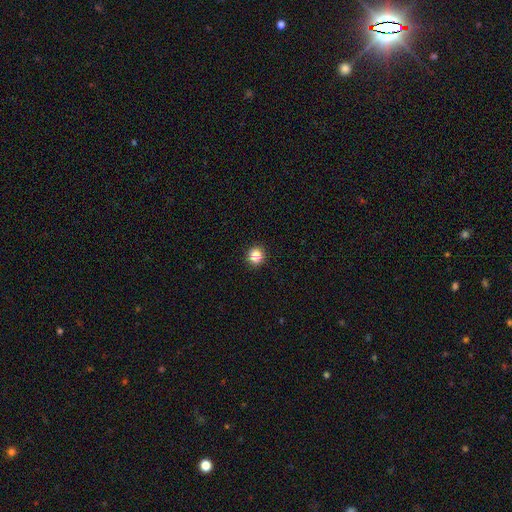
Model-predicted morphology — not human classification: The model was most divided on "smooth or featured": smooth: 84%, star or artifact: 11%, featured or disk: 4%. More confident: how rounded — round (89%); merging — none (89%).